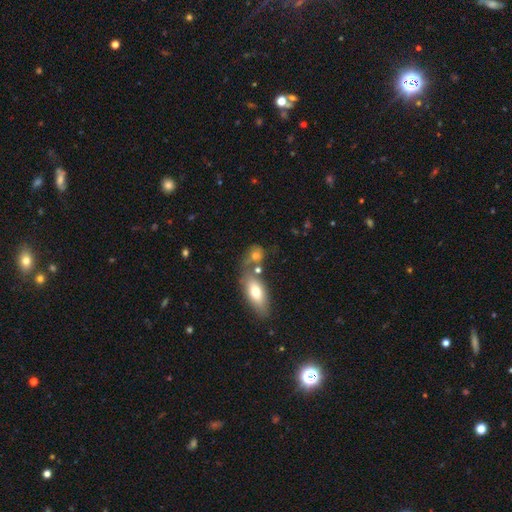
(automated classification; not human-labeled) Overall: smooth (70%). How rounded: in between (54%; round 40%). Merging: none (40%; merger 37%).